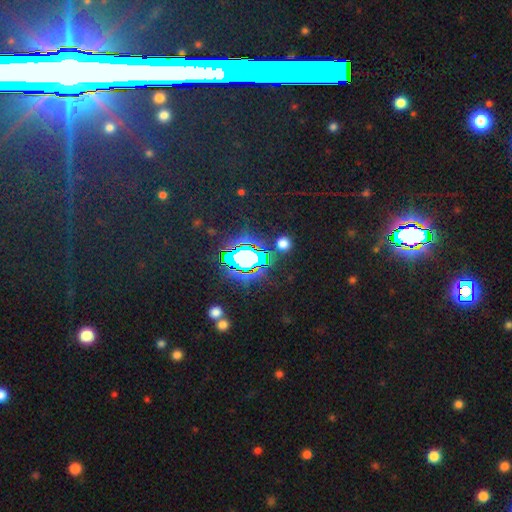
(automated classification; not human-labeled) Smooth or featured? star or artifact (78%)